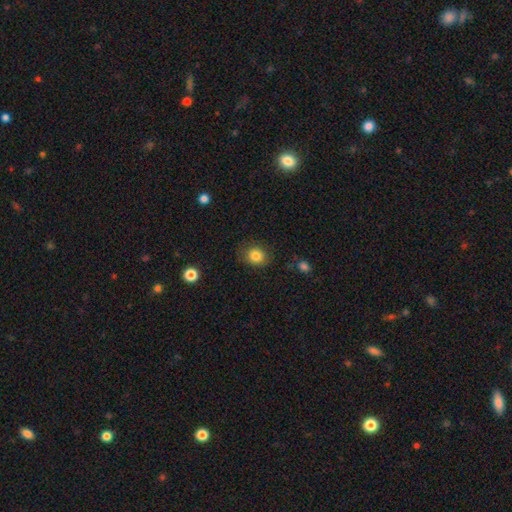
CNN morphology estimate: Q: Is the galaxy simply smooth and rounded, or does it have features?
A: smooth — 84%.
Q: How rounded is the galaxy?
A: round — 73%.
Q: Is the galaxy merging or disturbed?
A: none — 82%.